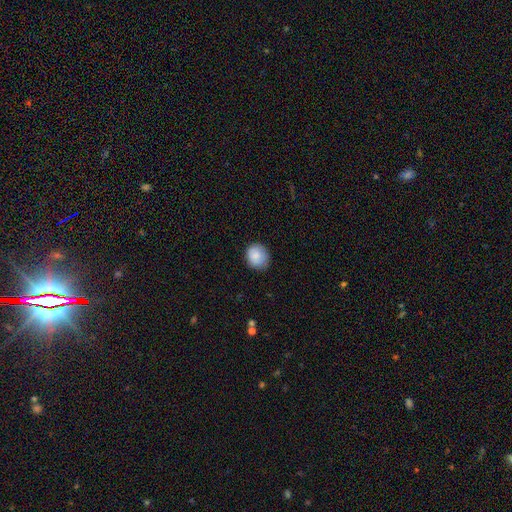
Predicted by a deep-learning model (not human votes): smooth-or-featured: smooth: 86% | star or artifact: 7% | featured or disk: 7%
  how-rounded: round: 79% | in between: 20% | cigar-shaped: 1%
  merging: none: 81% | minor disturbance: 16% | major disturbance: 3% | merger: 1%